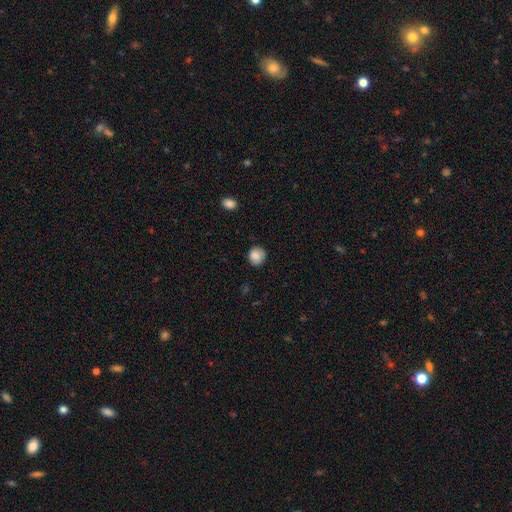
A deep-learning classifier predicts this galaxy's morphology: Overall: smooth (83%). How rounded: round (81%). Merging: none (78%).